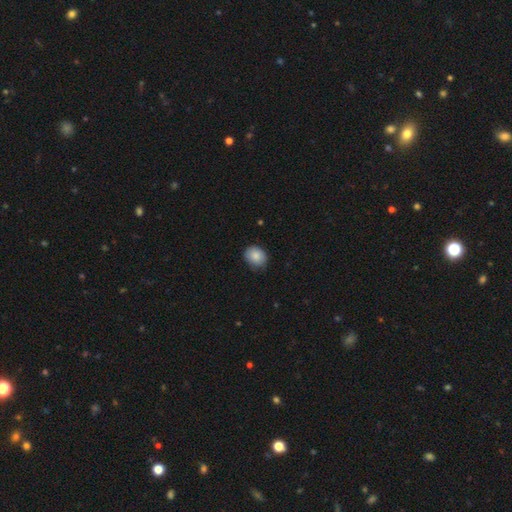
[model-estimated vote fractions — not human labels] Overall: smooth (85%). How rounded: round (54%; in between 45%). Merging: none (78%).